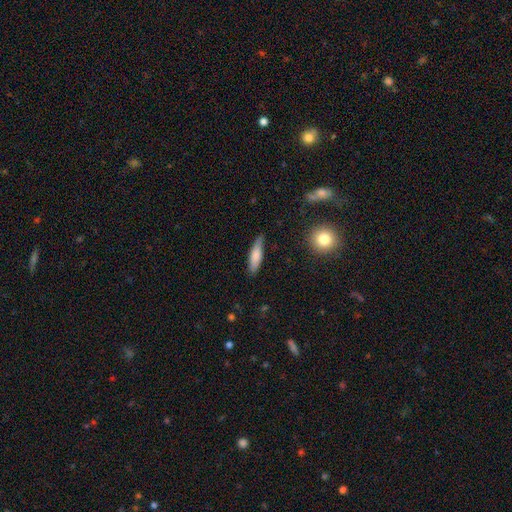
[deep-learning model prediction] Smooth or featured? Predicted: smooth (p=0.77). How rounded? Predicted: cigar-shaped (p=0.65). Merging? Predicted: none (p=0.77).